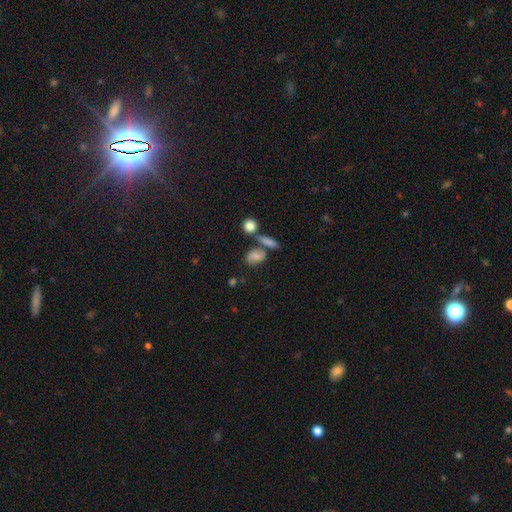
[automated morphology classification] Smooth or featured? Predicted: smooth (p=0.56). How rounded? Predicted: in between (p=0.62). Merging? Predicted: none (p=0.52).